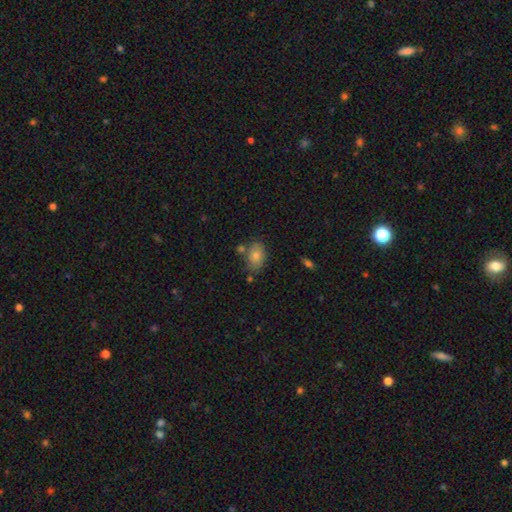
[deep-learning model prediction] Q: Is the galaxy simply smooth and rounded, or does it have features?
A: smooth — 77%.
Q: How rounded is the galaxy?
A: in between — 79%.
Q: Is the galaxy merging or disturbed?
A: none — 74%.